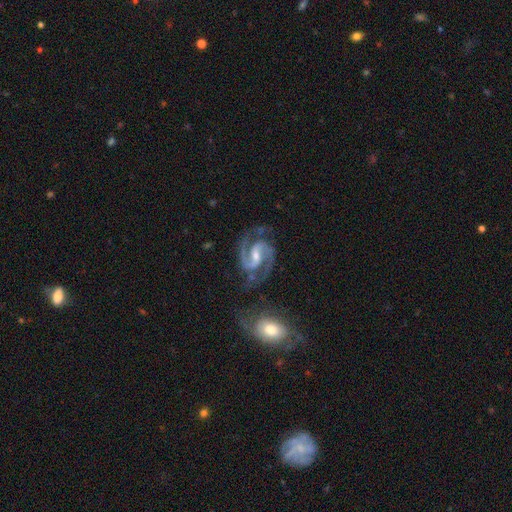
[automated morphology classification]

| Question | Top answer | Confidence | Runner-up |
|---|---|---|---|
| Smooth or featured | featured or disk | 93% | star or artifact (4%) |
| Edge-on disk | no | 98% | yes (2%) |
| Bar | weak | 47% | strong (35%) |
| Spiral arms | yes | 99% | no (1%) |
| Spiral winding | medium | 67% | tight (21%) |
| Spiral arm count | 2 | 94% | 3 (2%) |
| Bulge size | small | 47% | moderate (44%) |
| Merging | none | 71% | minor disturbance (17%) |